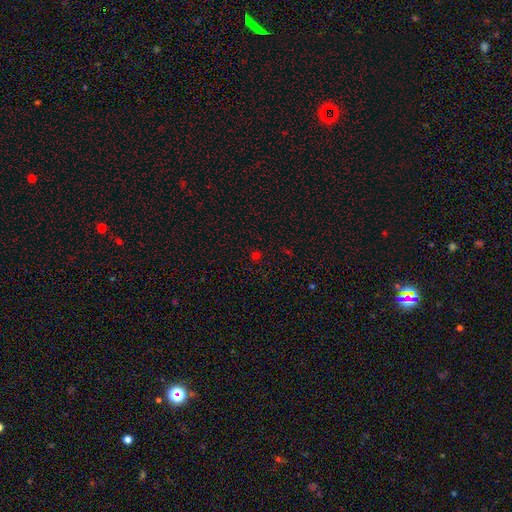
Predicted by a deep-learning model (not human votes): This appears to be a smooth galaxy with no disk features (58%) that is round (90%). Merging: none (86%).